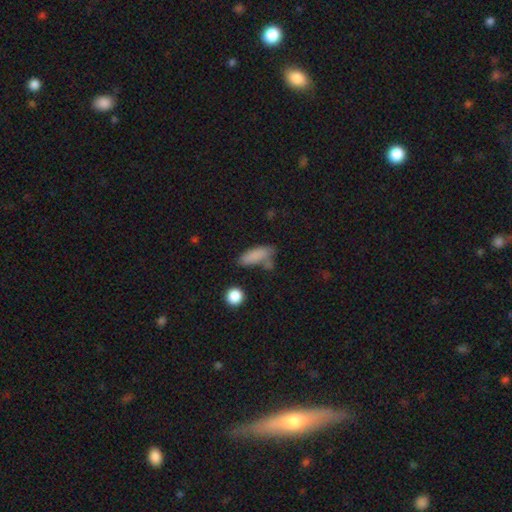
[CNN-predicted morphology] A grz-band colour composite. It shows a smooth galaxy with no disk features (84%) that is in between round and cigar-shaped (61%). Merging: none (64%).